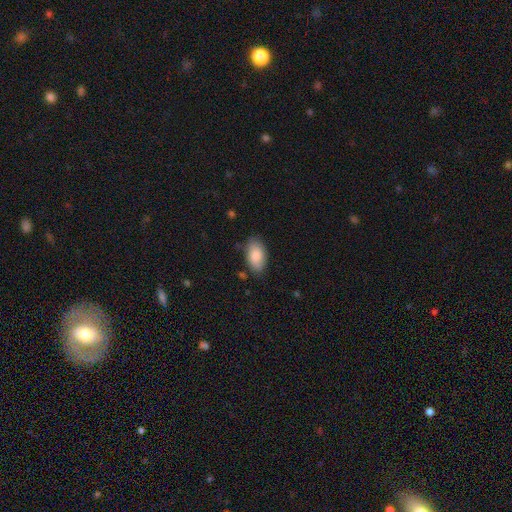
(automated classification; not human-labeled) Smooth or featured: smooth — 84% (featured or disk — 10%)
How rounded: in between — 94% (round — 4%)
Merging: none — 79% (minor disturbance — 16%)